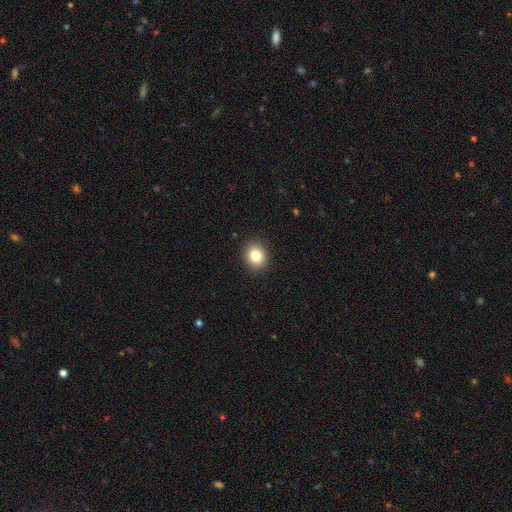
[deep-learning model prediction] A smooth galaxy with no disk features (84%) that is round (68%). Merging: none (91%).